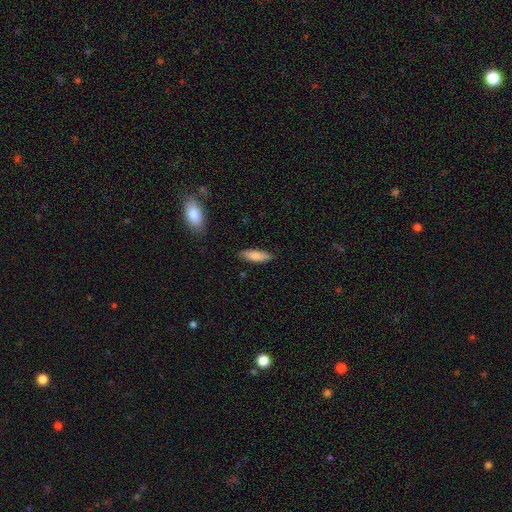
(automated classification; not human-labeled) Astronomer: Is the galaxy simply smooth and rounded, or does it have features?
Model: smooth — 81%.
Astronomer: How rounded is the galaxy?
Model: in between — 51% (runner-up: cigar-shaped, 48%).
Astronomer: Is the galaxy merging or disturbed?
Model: none — 86%.